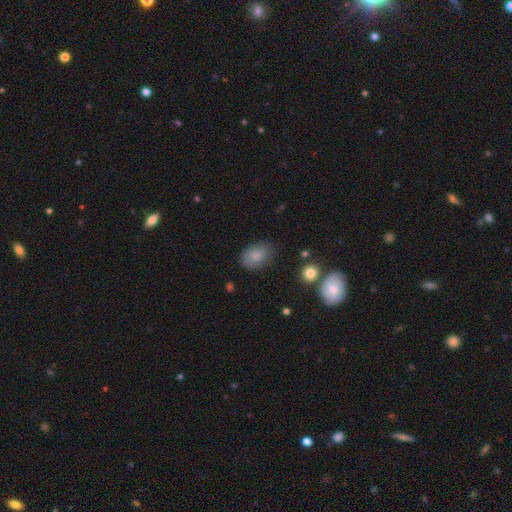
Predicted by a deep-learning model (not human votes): Q: Smooth or featured?
A: smooth (83%); runner-up: featured or disk (9%)
Q: How rounded?
A: in between (78%); runner-up: round (21%)
Q: Merging?
A: none (76%); runner-up: minor disturbance (18%)